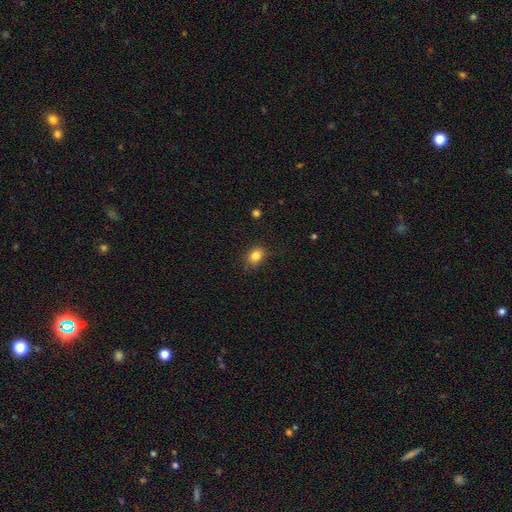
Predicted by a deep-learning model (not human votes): The model was most divided on "how rounded": in between: 60%, round: 39%, cigar-shaped: 1%. More confident: smooth or featured — smooth (83%); merging — none (79%).